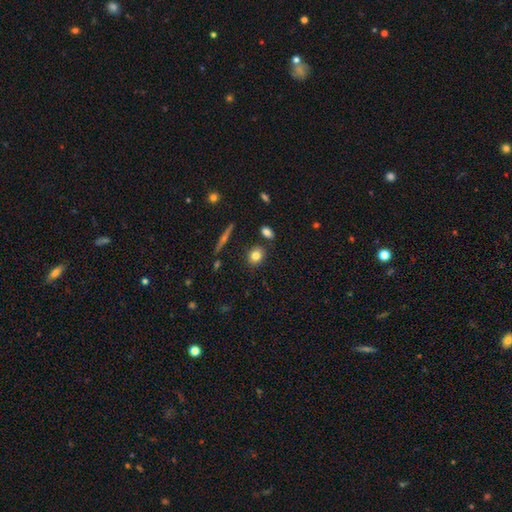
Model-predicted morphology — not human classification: Q: Smooth or featured?
A: smooth (79%); runner-up: featured or disk (11%)
Q: How rounded?
A: round (61%); runner-up: in between (36%)
Q: Merging?
A: none (81%); runner-up: minor disturbance (10%)